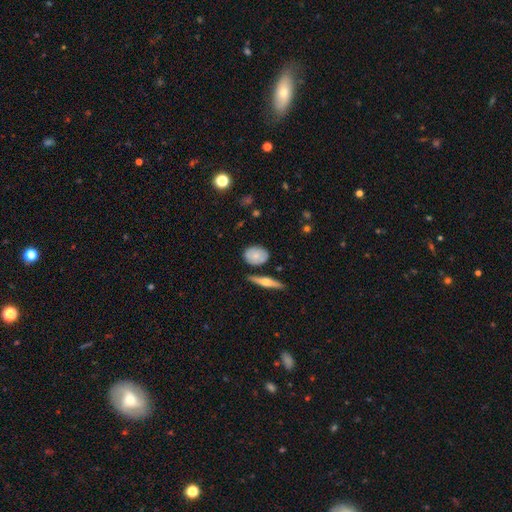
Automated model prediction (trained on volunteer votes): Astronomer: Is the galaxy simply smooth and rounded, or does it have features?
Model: smooth — 70%.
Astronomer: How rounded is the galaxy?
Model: in between — 62%.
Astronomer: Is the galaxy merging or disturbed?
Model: none — 73%.